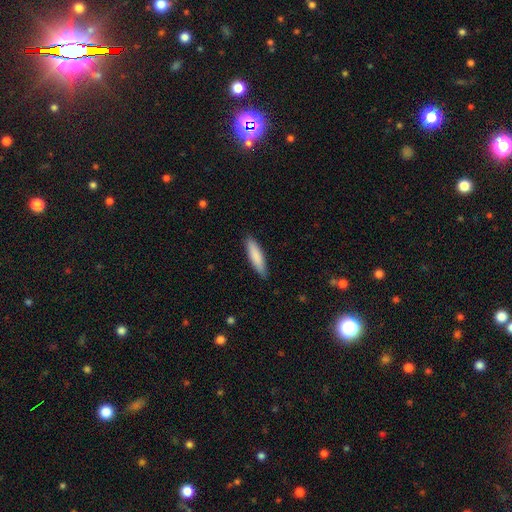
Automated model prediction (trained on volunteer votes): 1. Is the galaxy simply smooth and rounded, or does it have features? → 85% smooth, 10% featured or disk, 5% star or artifact.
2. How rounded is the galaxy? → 74% cigar-shaped, 25% in between, 1% round.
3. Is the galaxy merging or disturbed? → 87% none, 10% minor disturbance, 2% major disturbance, 1% merger.